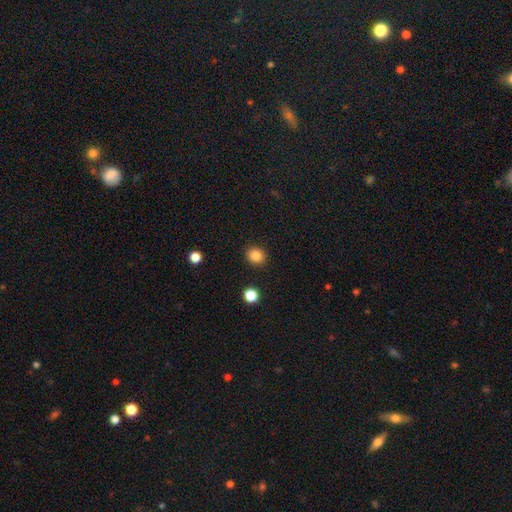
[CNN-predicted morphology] Smooth or featured? smooth (85%)
How rounded? round (78%)
Merging? none (91%)